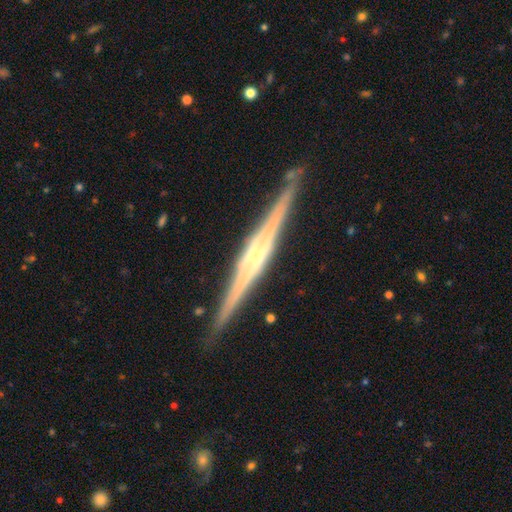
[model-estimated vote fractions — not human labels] Smooth or featured: featured or disk — 87% (smooth — 8%)
Edge-on disk: yes — 98% (no — 2%)
Edge-on bulge: boxy — 45% (rounded — 42%)
Merging: none — 88% (minor disturbance — 9%)